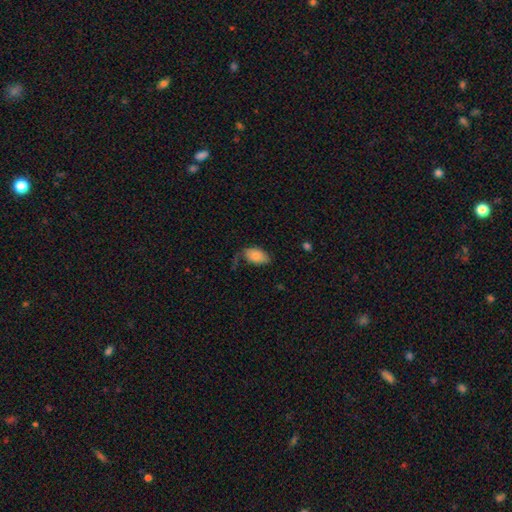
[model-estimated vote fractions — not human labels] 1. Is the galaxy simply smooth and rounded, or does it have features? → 79% smooth, 14% featured or disk, 7% star or artifact.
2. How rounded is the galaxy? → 93% in between, 5% round, 2% cigar-shaped.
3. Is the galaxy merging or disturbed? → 50% none, 31% minor disturbance, 16% major disturbance, 3% merger.